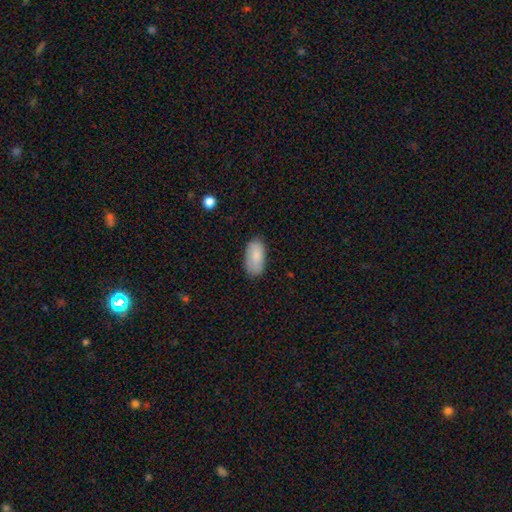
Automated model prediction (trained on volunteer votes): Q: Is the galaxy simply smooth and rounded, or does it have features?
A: smooth — 85%.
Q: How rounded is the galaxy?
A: in between — 93%.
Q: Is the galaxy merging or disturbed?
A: none — 78%.